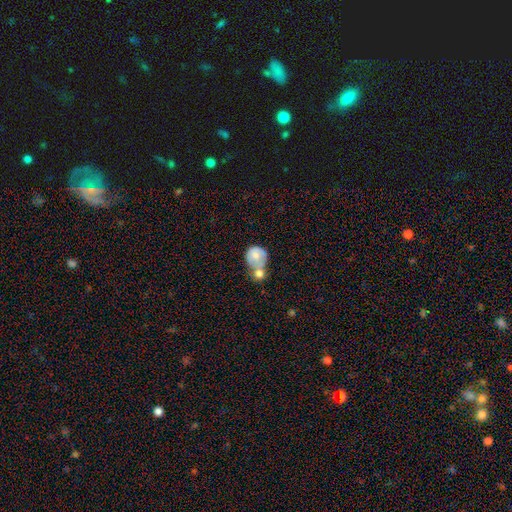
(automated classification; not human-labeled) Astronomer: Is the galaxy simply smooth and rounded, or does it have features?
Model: smooth — 66%.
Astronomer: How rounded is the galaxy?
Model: round — 71%.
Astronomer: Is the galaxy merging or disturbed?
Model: merger — 57%.